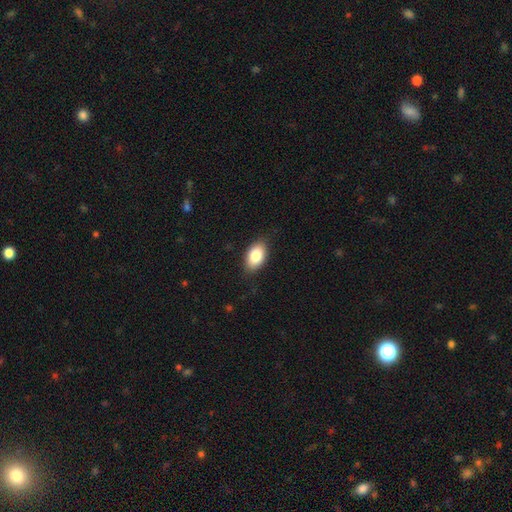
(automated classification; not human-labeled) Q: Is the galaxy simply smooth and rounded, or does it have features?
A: smooth — 84%.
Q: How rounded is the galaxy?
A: in between — 92%.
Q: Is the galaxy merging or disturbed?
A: none — 84%.